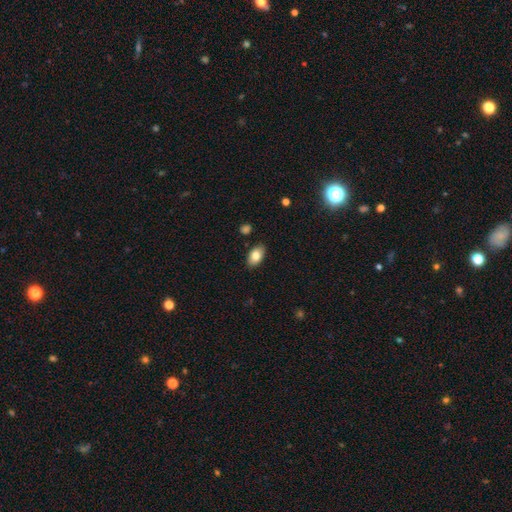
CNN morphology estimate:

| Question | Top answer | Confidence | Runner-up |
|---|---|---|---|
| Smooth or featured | smooth | 82% | featured or disk (10%) |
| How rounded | in between | 92% | round (6%) |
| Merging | none | 87% | minor disturbance (10%) |